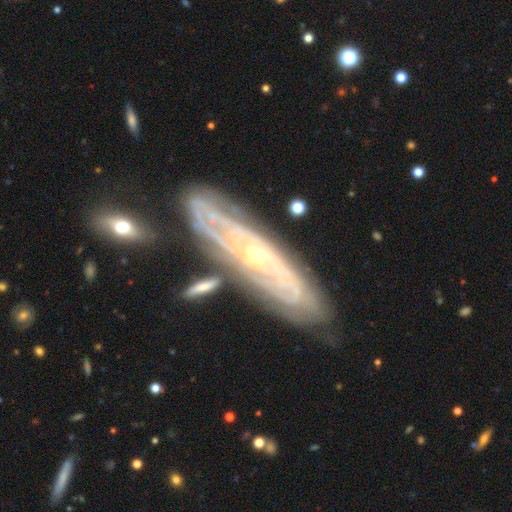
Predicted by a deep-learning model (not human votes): Q: Smooth or featured?
A: featured or disk (86%); runner-up: smooth (8%)
Q: Edge-on disk?
A: no (78%); runner-up: yes (22%)
Q: Bar?
A: no (71%); runner-up: weak (21%)
Q: Spiral arms?
A: yes (93%); runner-up: no (7%)
Q: Spiral winding?
A: tight (76%); runner-up: medium (19%)
Q: Spiral arm count?
A: can't tell (51%); runner-up: 2 (15%)
Q: Bulge size?
A: small (75%); runner-up: moderate (22%)
Q: Merging?
A: none (79%); runner-up: minor disturbance (13%)